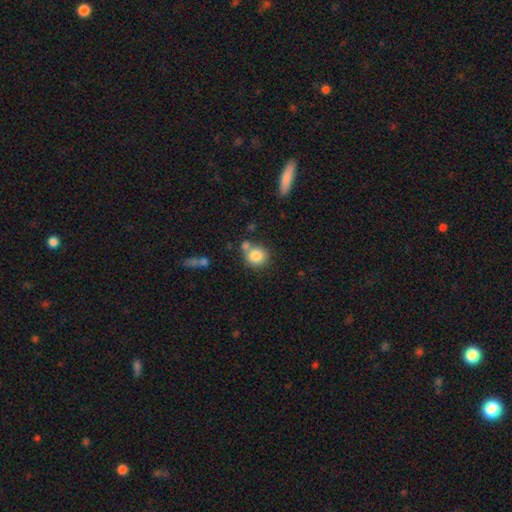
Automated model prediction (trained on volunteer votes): smooth_or_featured: smooth (p=0.83) [alt: star or artifact p=0.09]
how_rounded: round (p=0.86) [alt: in between p=0.13]
merging: none (p=0.59) [alt: merger p=0.23]